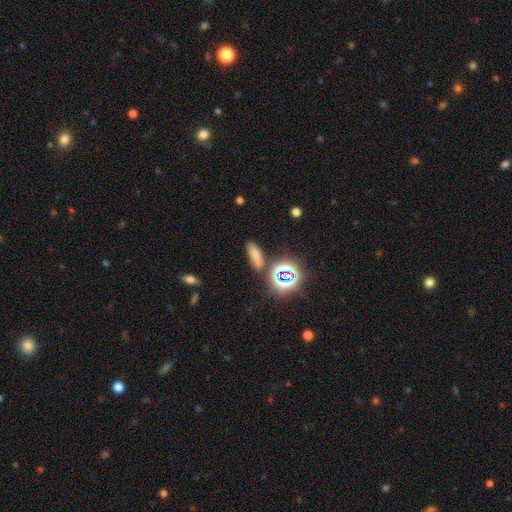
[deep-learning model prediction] A smooth galaxy with no disk features (68%) that is in between round and cigar-shaped (61%).

Vote fractions:
- Smooth or featured? smooth: 68% / star or artifact: 24% / featured or disk: 9%
- How rounded? in between: 61% / cigar-shaped: 29% / round: 10%
- Merging? none: 78% / minor disturbance: 11% / merger: 7% / major disturbance: 4%